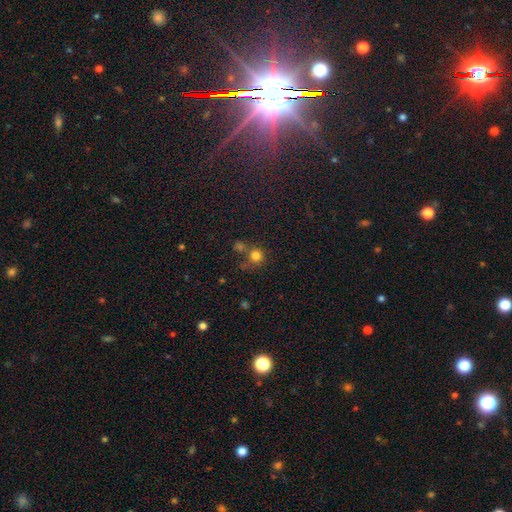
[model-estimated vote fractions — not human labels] Smooth or featured: smooth — 78% (star or artifact — 15%)
How rounded: round — 90% (in between — 9%)
Merging: none — 54% (merger — 29%)